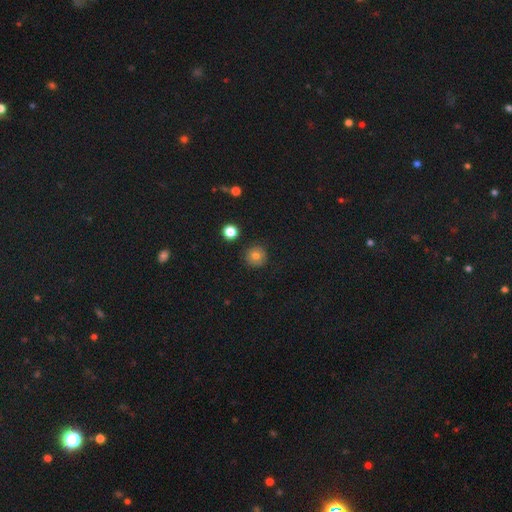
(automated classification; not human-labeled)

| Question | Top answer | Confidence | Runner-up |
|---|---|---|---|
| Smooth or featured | smooth | 75% | featured or disk (13%) |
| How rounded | round | 94% | in between (5%) |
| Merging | none | 88% | minor disturbance (8%) |